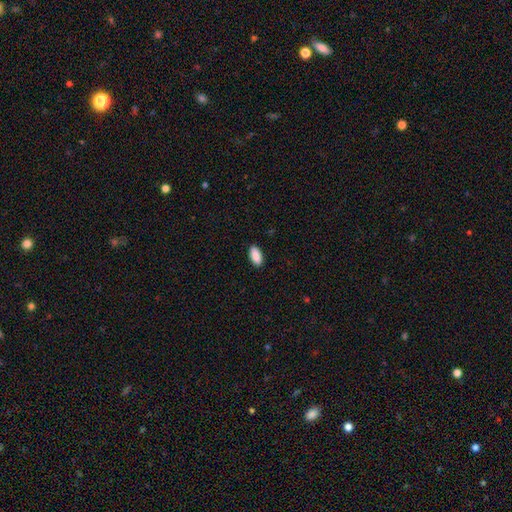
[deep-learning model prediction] Smooth or featured? Predicted: smooth (p=0.90). How rounded? Predicted: in between (p=0.90). Merging? Predicted: none (p=0.90).